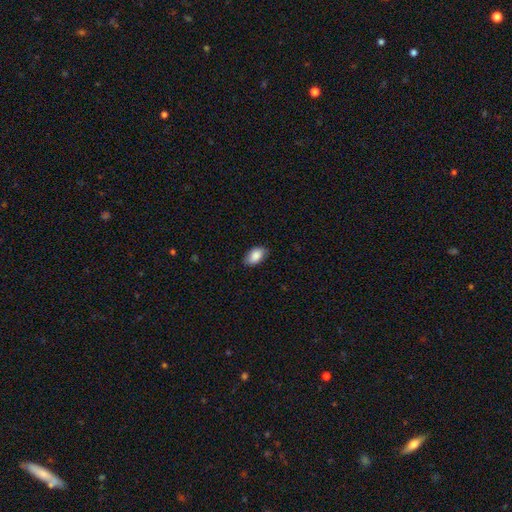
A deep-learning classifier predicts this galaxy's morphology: This appears to be a smooth galaxy with no disk features (87%) that is in between round and cigar-shaped (92%). Merging: none (83%).